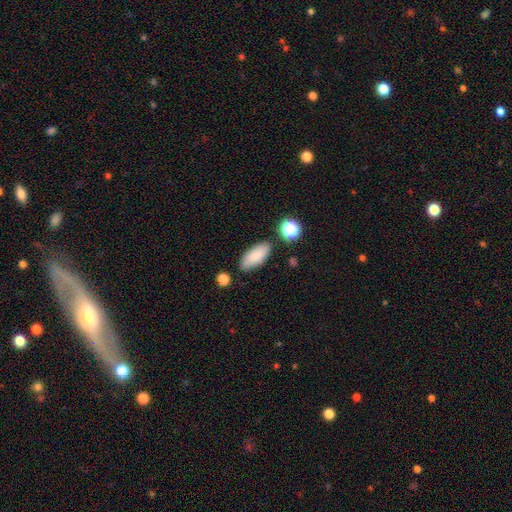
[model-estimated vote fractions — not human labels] Smooth or featured?
  - smooth: 84% *
  - featured or disk: 8%
  - star or artifact: 7%
How rounded?
  - in between: 83% *
  - cigar-shaped: 14%
  - round: 3%
Merging?
  - none: 81% *
  - minor disturbance: 12%
  - merger: 4%
  - major disturbance: 3%